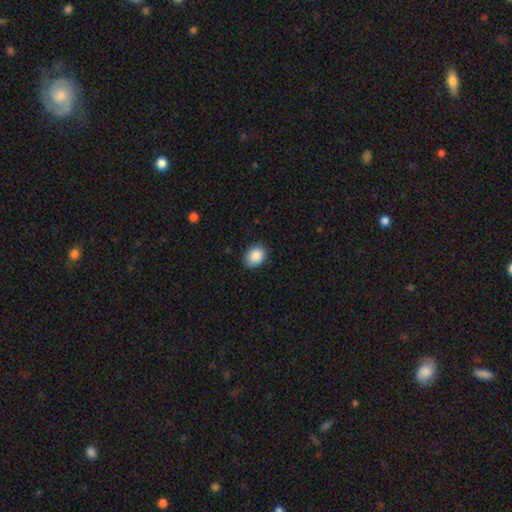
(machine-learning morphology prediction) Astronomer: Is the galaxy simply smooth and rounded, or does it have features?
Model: smooth — 89%.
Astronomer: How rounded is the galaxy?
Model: in between — 64%.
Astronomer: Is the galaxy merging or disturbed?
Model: none — 85%.